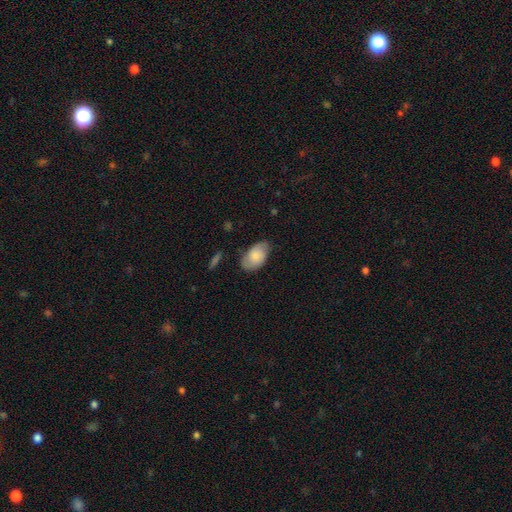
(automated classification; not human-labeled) smooth-or-featured: smooth: 73% | featured or disk: 21% | star or artifact: 6%
  how-rounded: in between: 92% | round: 7% | cigar-shaped: 1%
  merging: none: 66% | minor disturbance: 27% | major disturbance: 6% | merger: 2%